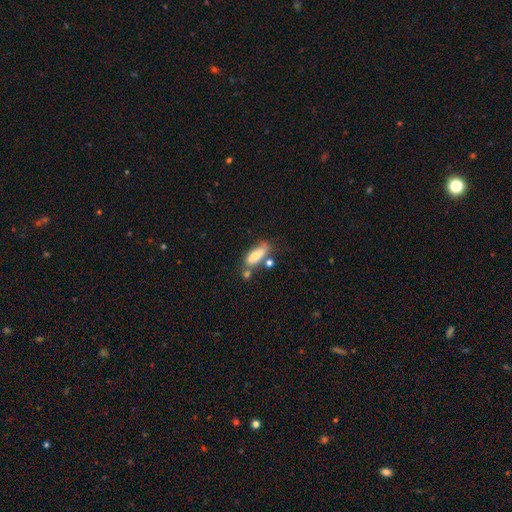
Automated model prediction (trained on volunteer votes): Smooth or featured? Predicted: smooth (p=0.74). How rounded? Predicted: in between (p=0.60). Merging? Predicted: none (p=0.48).